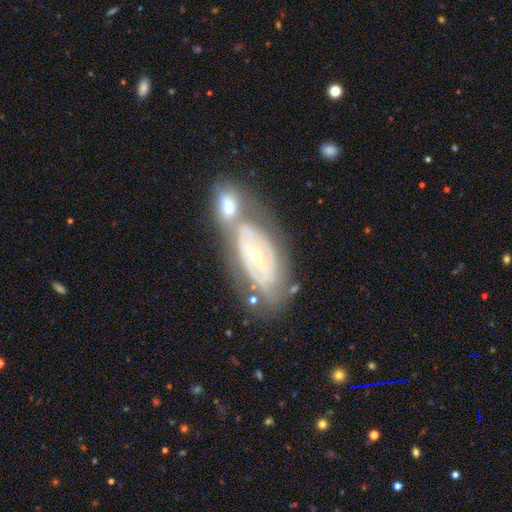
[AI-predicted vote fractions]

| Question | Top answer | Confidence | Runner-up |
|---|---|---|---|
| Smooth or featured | featured or disk | 78% | smooth (16%) |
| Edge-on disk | no | 92% | yes (8%) |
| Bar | no | 73% | weak (19%) |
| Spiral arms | yes | 69% | no (31%) |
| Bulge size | small | 55% | moderate (41%) |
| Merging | merger | 44% | none (34%) |